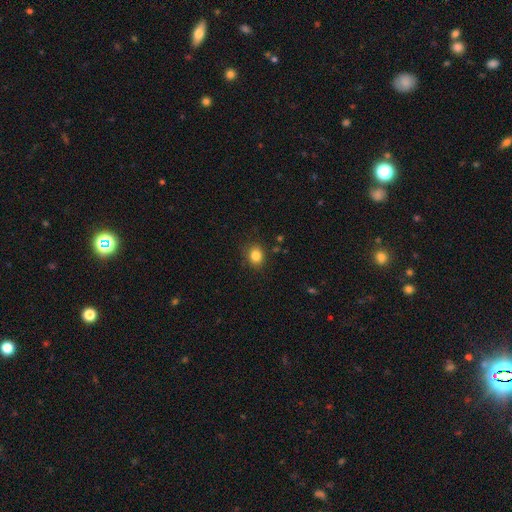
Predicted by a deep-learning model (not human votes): Smooth or featured? smooth (84%)
How rounded? round (60%)
Merging? none (86%)